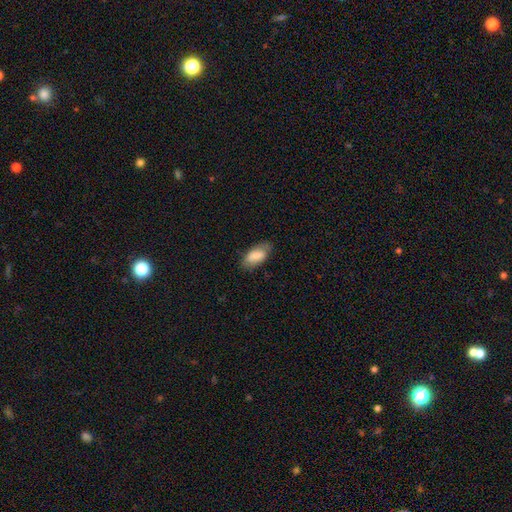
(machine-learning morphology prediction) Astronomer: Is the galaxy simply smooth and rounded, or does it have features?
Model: smooth — 79%.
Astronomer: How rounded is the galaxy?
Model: in between — 91%.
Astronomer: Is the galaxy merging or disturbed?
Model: none — 76%.